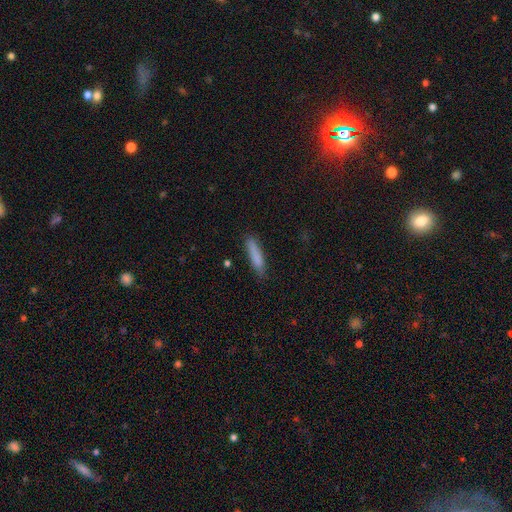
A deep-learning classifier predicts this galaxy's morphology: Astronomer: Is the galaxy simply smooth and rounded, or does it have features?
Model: smooth — 83%.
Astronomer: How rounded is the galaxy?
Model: cigar-shaped — 85%.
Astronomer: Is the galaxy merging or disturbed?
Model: none — 81%.